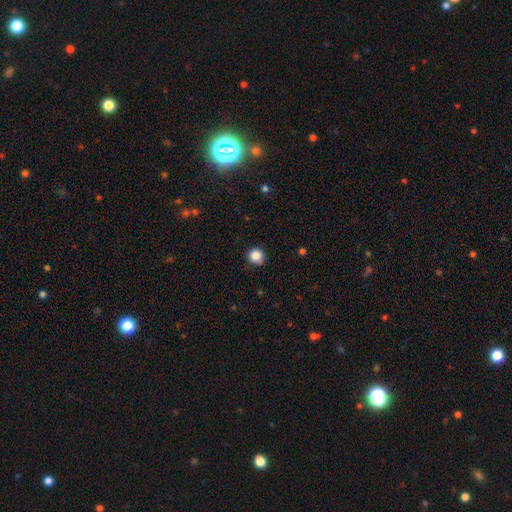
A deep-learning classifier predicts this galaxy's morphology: smooth_or_featured: smooth (p=0.87) [alt: star or artifact p=0.10]
how_rounded: round (p=0.90) [alt: in between p=0.09]
merging: none (p=0.84) [alt: minor disturbance p=0.13]